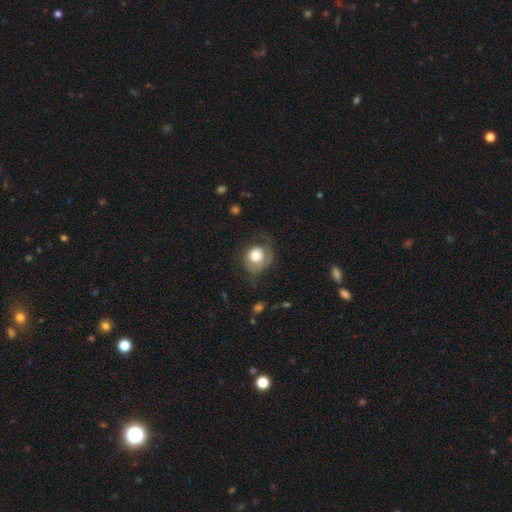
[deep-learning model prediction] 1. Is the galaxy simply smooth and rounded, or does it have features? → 62% smooth, 30% featured or disk, 8% star or artifact.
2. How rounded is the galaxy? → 73% round, 26% in between, 1% cigar-shaped.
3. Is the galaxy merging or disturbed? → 43% none, 28% major disturbance, 27% minor disturbance, 2% merger.